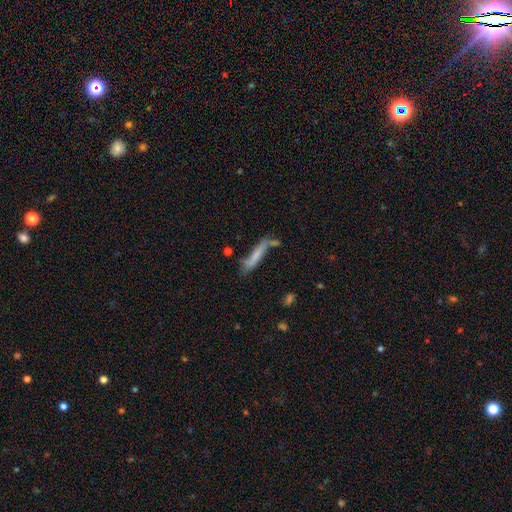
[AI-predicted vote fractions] smooth-or-featured: smooth: 60% | featured or disk: 32% | star or artifact: 7%
  how-rounded: cigar-shaped: 88% | in between: 10% | round: 2%
  merging: none: 52% | minor disturbance: 24% | merger: 14% | major disturbance: 11%